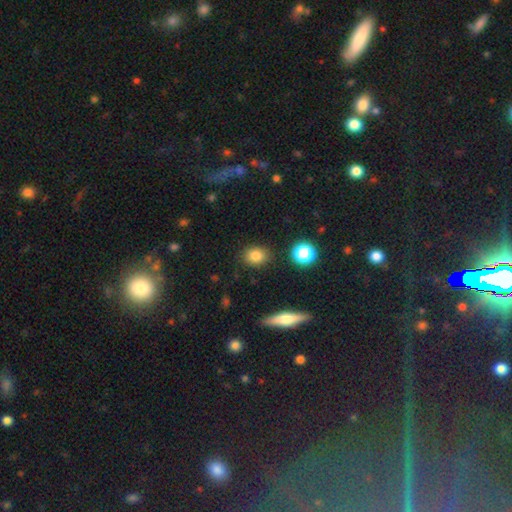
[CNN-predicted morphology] Smooth or featured? Predicted: smooth (p=0.81). How rounded? Predicted: round (p=0.53). Merging? Predicted: none (p=0.86).